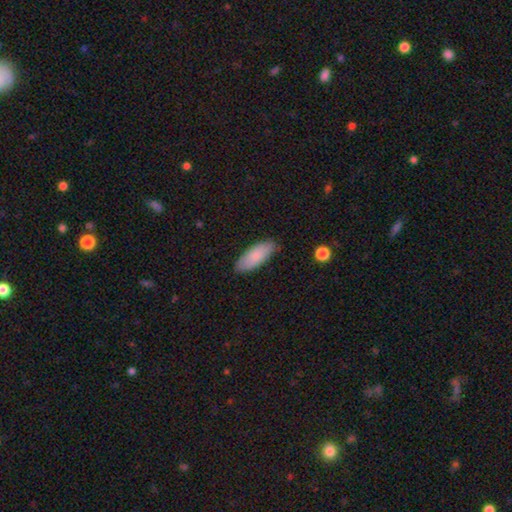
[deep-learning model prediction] smooth-or-featured: smooth: 82% | featured or disk: 12% | star or artifact: 6%
  how-rounded: in between: 76% | cigar-shaped: 23% | round: 2%
  merging: none: 83% | minor disturbance: 14% | major disturbance: 2% | merger: 1%